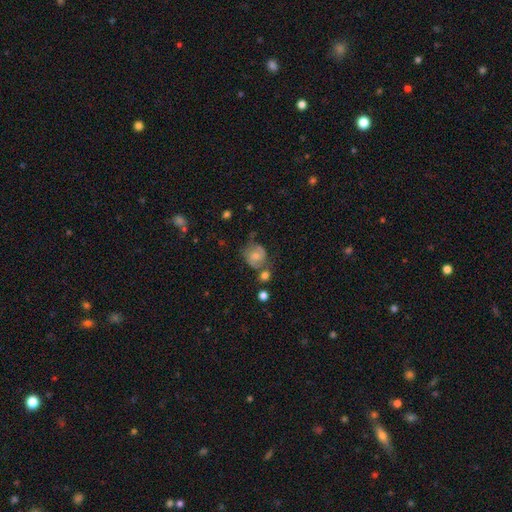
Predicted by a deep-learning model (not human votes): This appears to be a featured or disk galaxy (46%). Merging: none (50%).